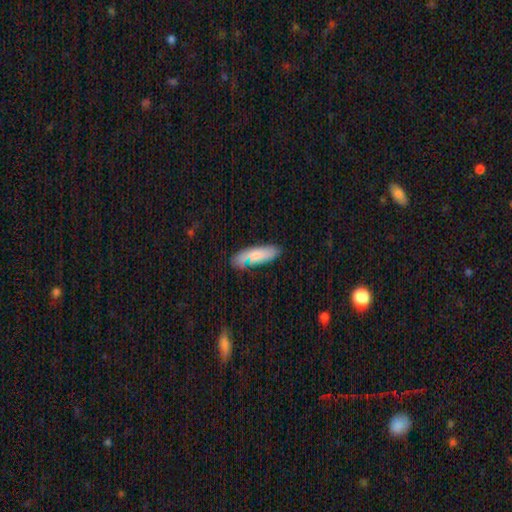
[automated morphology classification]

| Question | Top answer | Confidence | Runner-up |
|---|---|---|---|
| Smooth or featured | smooth | 73% | featured or disk (20%) |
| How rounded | in between | 53% | cigar-shaped (45%) |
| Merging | none | 75% | minor disturbance (18%) |